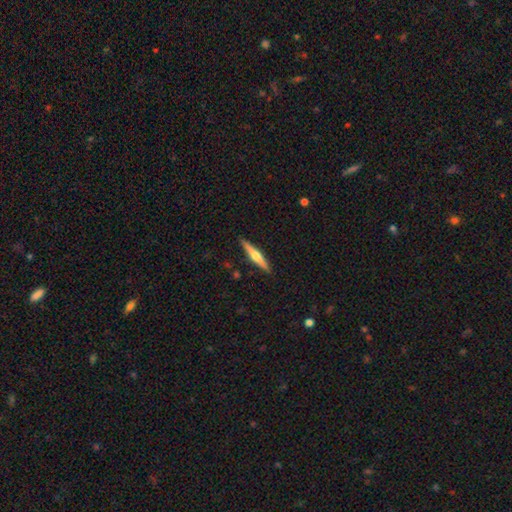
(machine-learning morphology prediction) featured or disk 60%, smooth 34%, star or artifact 5%. Down the decision tree: edge-on disk — yes (97%); edge-on bulge — rounded (90%); merging — none (90%).